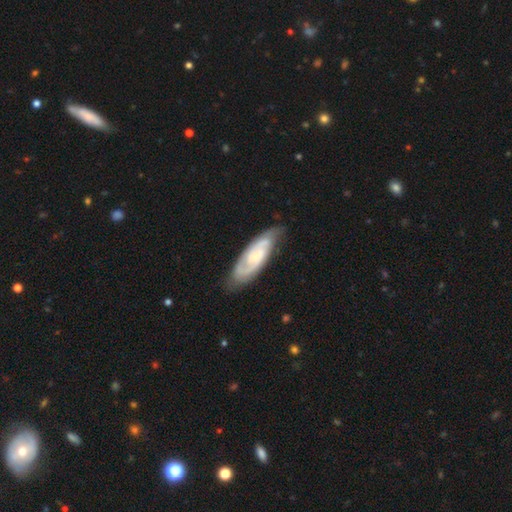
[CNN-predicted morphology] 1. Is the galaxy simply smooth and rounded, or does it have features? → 78% featured or disk, 17% smooth, 5% star or artifact.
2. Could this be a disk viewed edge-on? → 91% no, 9% yes.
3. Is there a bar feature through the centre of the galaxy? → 56% no, 36% weak, 8% strong.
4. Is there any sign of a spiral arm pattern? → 95% yes, 5% no.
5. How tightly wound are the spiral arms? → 48% tight, 42% medium, 10% loose.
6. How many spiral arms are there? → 70% 2, 16% can't tell, 8% 3, 3% 1, 2% 4, 2% more than 4.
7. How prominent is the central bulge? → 53% small, 23% moderate, 20% none, 3% large, 1% dominant.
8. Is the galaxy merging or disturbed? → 73% none, 20% minor disturbance, 5% major disturbance, 2% merger.